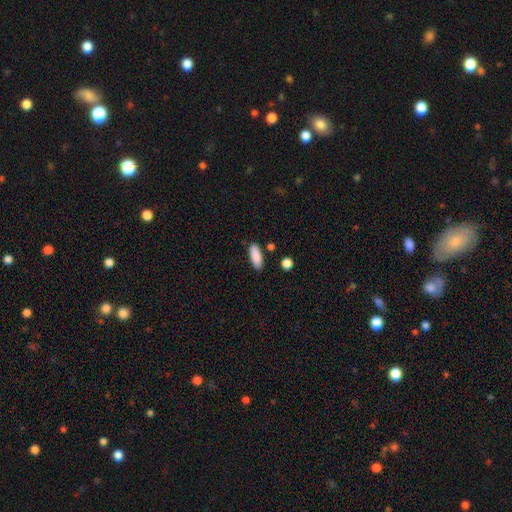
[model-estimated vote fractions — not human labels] smooth 89%, star or artifact 6%, featured or disk 5%. Down the decision tree: how rounded — in between (70%); merging — none (83%).